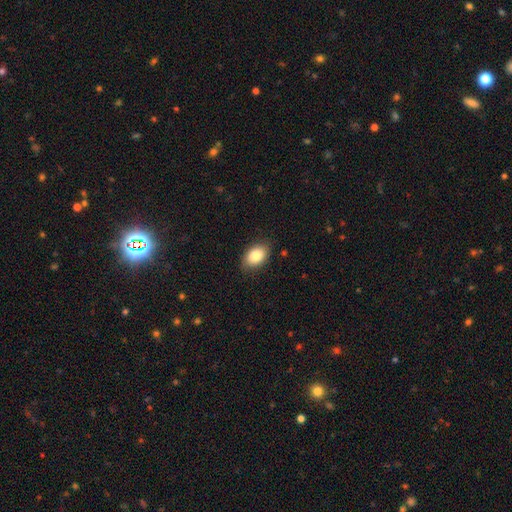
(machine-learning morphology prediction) type=smooth (83%); roundness=in between (86%); merging=none (85%).